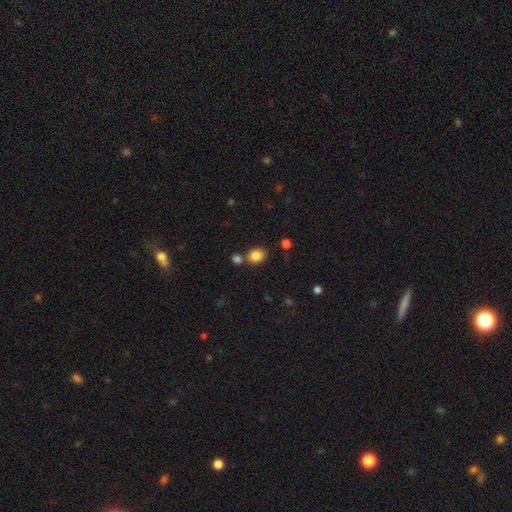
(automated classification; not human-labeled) smooth 85%, star or artifact 10%, featured or disk 5%. Down the decision tree: how rounded — round (57%); merging — none (70%).